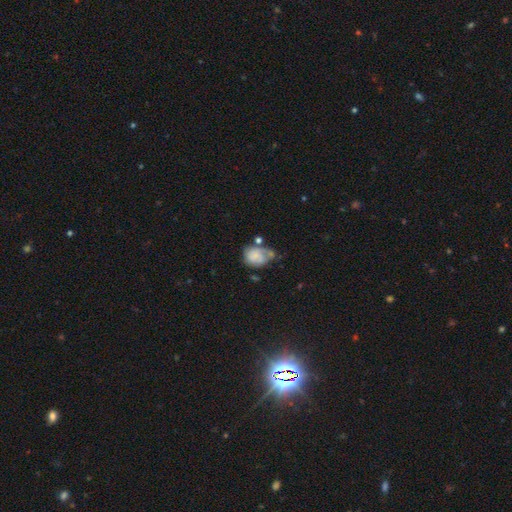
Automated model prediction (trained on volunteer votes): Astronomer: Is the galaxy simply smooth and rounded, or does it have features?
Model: smooth — 55% (runner-up: featured or disk, 35%).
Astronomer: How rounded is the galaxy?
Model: in between — 61% (runner-up: round, 38%).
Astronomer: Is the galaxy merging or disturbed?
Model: minor disturbance — 31% (runner-up: none, 28%).